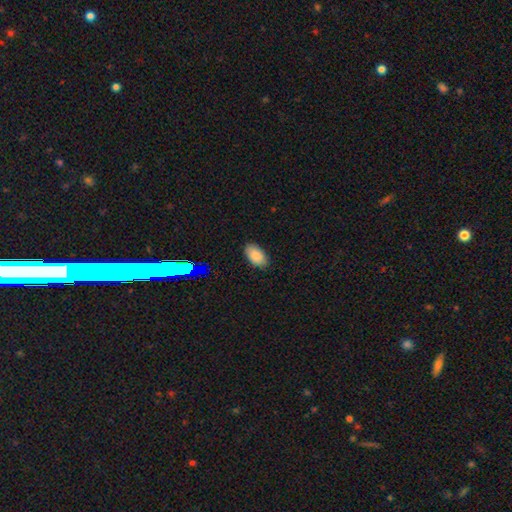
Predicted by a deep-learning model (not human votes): Q: Smooth or featured?
A: smooth (85%); runner-up: star or artifact (10%)
Q: How rounded?
A: in between (94%); runner-up: round (5%)
Q: Merging?
A: none (86%); runner-up: minor disturbance (11%)